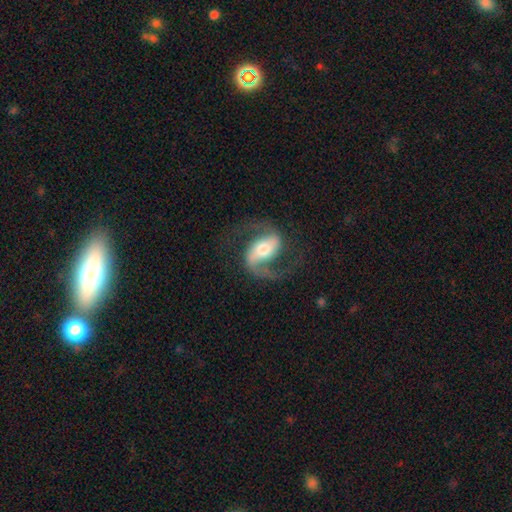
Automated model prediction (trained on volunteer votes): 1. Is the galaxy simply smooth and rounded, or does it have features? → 89% featured or disk, 6% smooth, 5% star or artifact.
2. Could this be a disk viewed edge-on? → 97% no, 3% yes.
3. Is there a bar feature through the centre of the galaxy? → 46% strong, 33% weak, 21% no.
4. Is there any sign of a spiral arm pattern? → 97% yes, 3% no.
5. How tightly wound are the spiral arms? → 54% medium, 34% loose, 12% tight.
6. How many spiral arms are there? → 92% 2, 3% 1, 2% can't tell, 1% 3, 1% 4, 1% more than 4.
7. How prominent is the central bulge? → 61% moderate, 21% small, 14% large, 2% dominant, 2% none.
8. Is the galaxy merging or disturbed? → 76% none, 12% minor disturbance, 10% major disturbance, 1% merger.